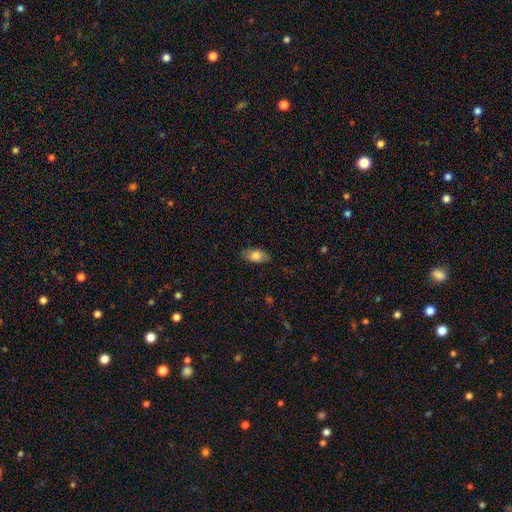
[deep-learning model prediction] This is clearly a smooth galaxy (80%). How rounded: clearly in between (90%). Merging: clearly none (83%).